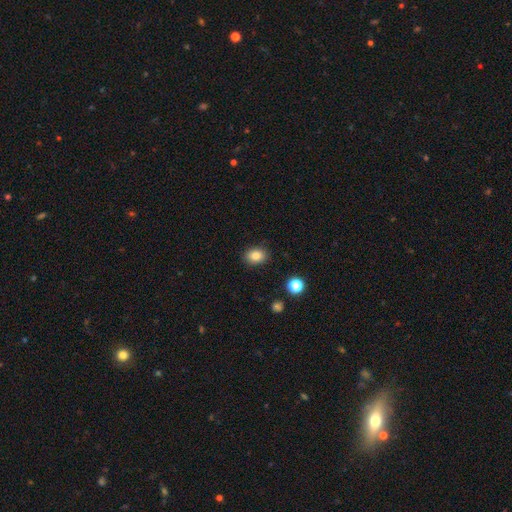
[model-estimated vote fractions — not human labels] smooth 83%, star or artifact 10%, featured or disk 7%. Down the decision tree: how rounded — in between (65%); merging — none (88%).